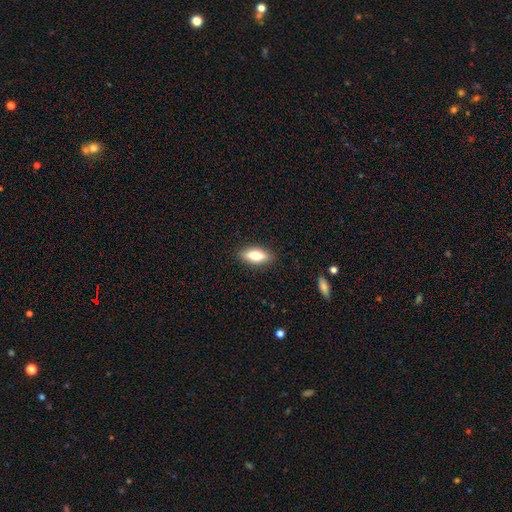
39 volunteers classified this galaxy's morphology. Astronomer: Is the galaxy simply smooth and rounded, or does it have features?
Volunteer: smooth — 82%.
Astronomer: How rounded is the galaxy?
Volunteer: in between — 91%.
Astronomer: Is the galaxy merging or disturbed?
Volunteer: none — 85%.